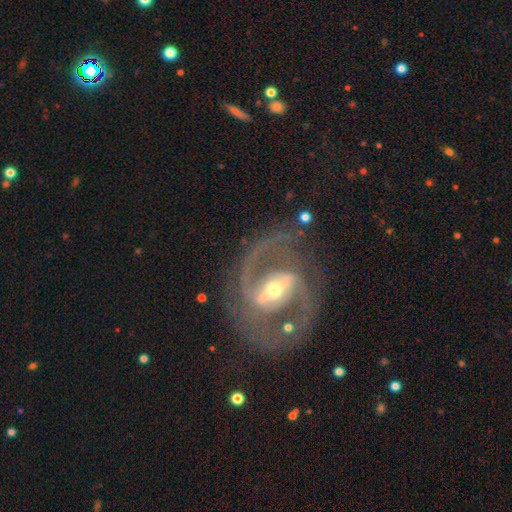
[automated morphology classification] Smooth or featured? Predicted: featured or disk (p=0.89). Edge-on disk? Predicted: no (p=0.97). Bar? Predicted: strong (p=0.42, tied with weak). Spiral arms? Predicted: yes (p=0.96). Spiral winding? Predicted: medium (p=0.59). Spiral arm count? Predicted: 2 (p=0.90). Bulge size? Predicted: moderate (p=0.48). Merging? Predicted: none (p=0.74).